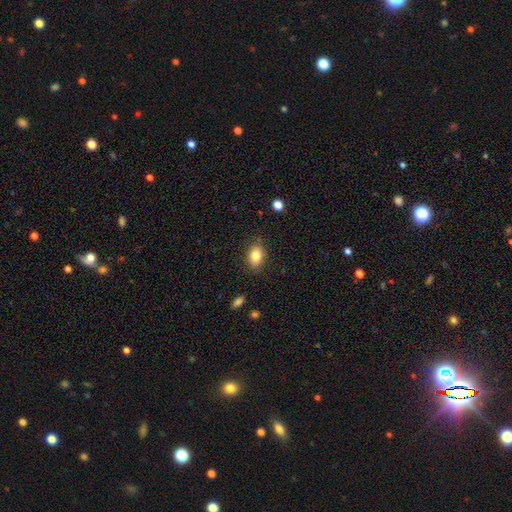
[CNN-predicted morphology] smooth 83%, featured or disk 9%, star or artifact 9%. Down the decision tree: how rounded — in between (82%); merging — none (83%).